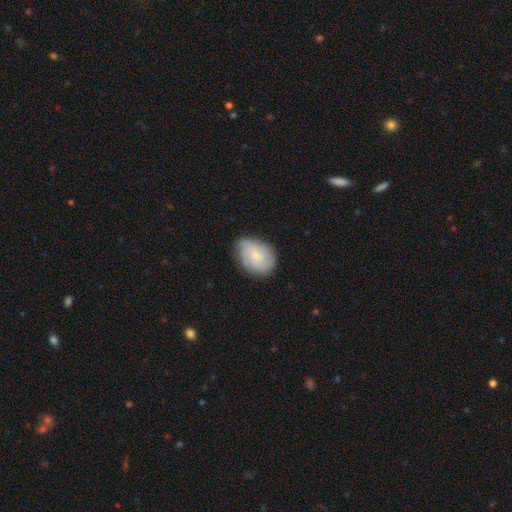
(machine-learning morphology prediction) smooth-or-featured: featured or disk: 56% | smooth: 37% | star or artifact: 7%
  disk-edge-on: no: 98% | yes: 2%
    bar: no: 74% | weak: 23% | strong: 3%
    has-spiral-arms: yes: 92% | no: 8%
      spiral-winding: tight: 55% | medium: 35% | loose: 10%
      spiral-arm-count: can't tell: 33% | 3: 30% | 2: 13% | 4: 13% | 1: 5% | more than 4: 5%
    bulge-size: small: 67% | moderate: 22% | none: 9% | large: 2% | dominant: 1%
  merging: none: 71% | minor disturbance: 23% | major disturbance: 5% | merger: 1%